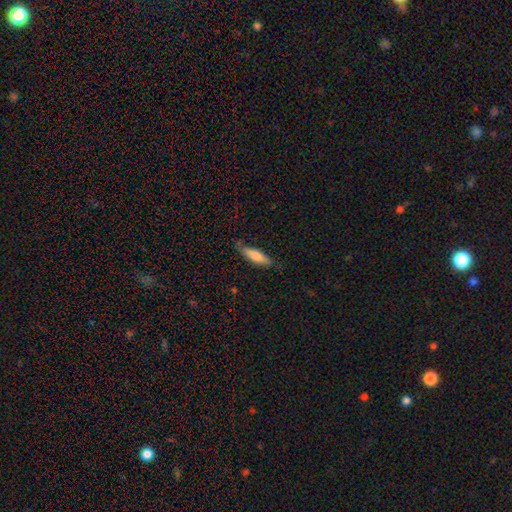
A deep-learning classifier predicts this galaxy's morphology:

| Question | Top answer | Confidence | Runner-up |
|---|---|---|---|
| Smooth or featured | smooth | 75% | featured or disk (19%) |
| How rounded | cigar-shaped | 69% | in between (29%) |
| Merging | none | 72% | minor disturbance (22%) |